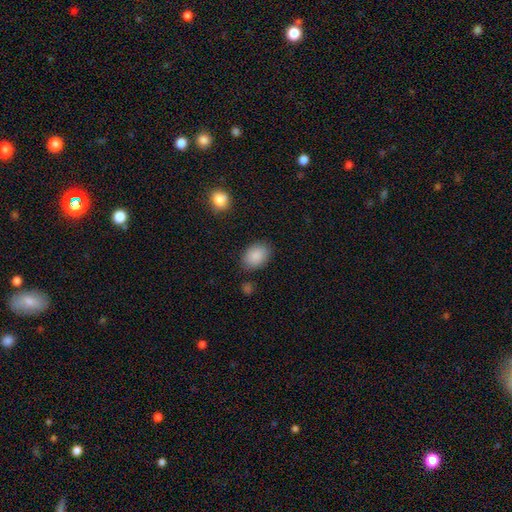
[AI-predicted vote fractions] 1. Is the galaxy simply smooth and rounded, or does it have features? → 89% smooth, 7% star or artifact, 4% featured or disk.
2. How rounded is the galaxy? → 83% in between, 16% round, 1% cigar-shaped.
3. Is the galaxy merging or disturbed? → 82% none, 13% minor disturbance, 3% major disturbance, 3% merger.